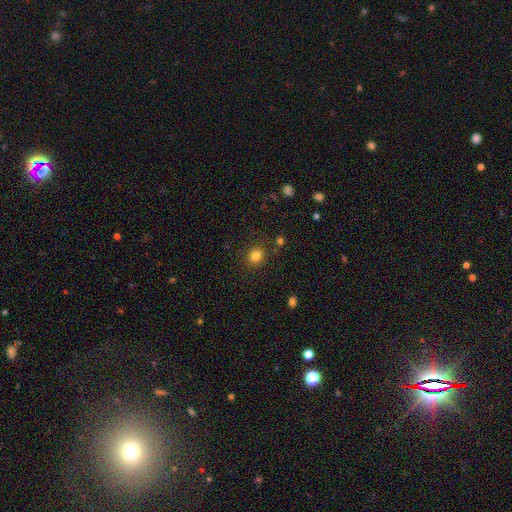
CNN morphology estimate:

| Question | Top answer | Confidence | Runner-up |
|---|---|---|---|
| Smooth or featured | smooth | 82% | star or artifact (13%) |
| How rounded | round | 74% | in between (25%) |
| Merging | none | 85% | minor disturbance (9%) |